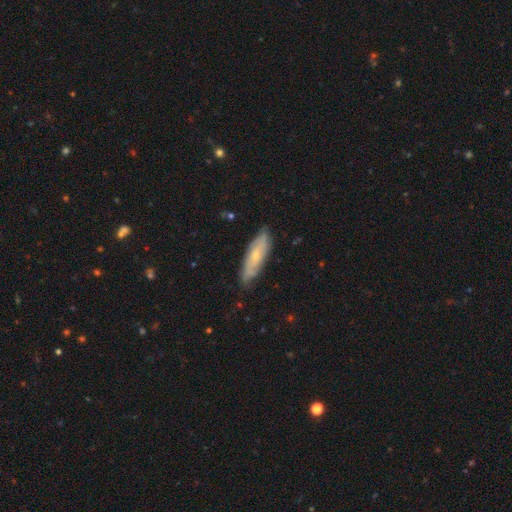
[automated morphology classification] A featured or disk galaxy (52%).

Vote fractions:
- Smooth or featured? featured or disk: 52% / smooth: 41% / star or artifact: 7%
- Edge-on disk? no: 69% / yes: 31%
- Merging? none: 77% / minor disturbance: 18% / major disturbance: 3% / merger: 1%